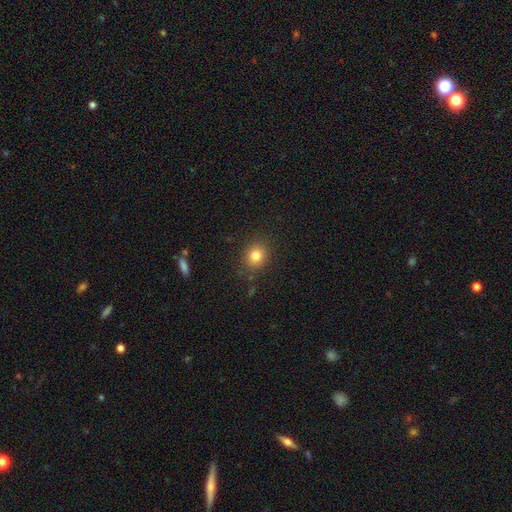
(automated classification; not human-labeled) Morphology: type=smooth (81%); roundness=round (71%); merging=none (85%).